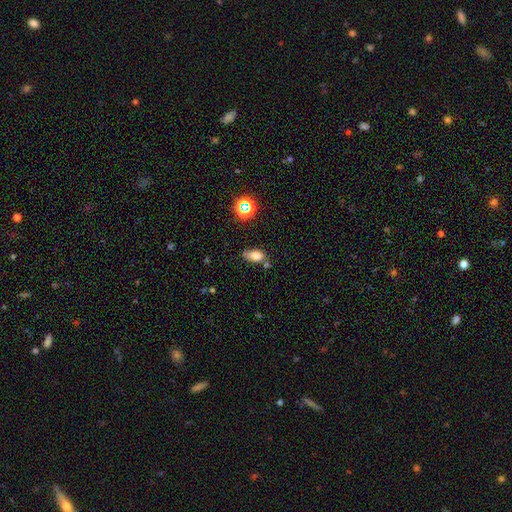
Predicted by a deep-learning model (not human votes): Smooth or featured? Predicted: smooth (p=0.76). How rounded? Predicted: in between (p=0.85). Merging? Predicted: none (p=0.55).